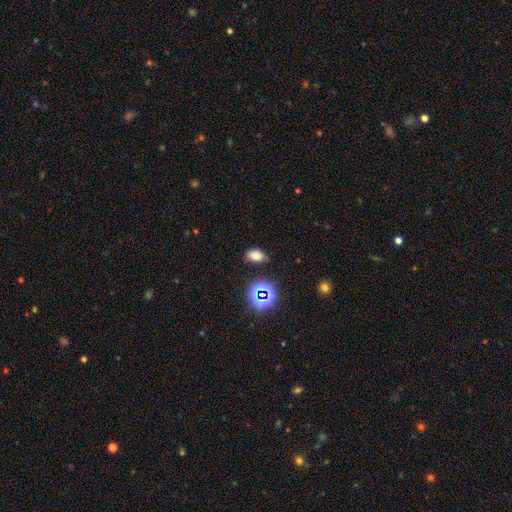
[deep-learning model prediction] This appears to be a smooth galaxy with no disk features (72%) that is in between round and cigar-shaped (82%). Merging: none (71%).